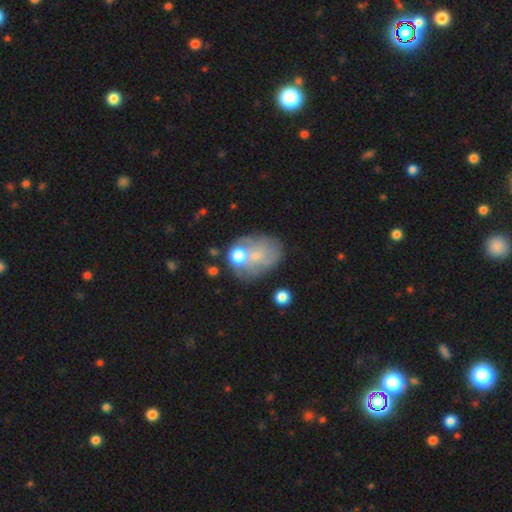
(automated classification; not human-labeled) Smooth or featured: featured or disk — 45% (tied with smooth — 45%)
Merging: none — 36% (merger — 29%)